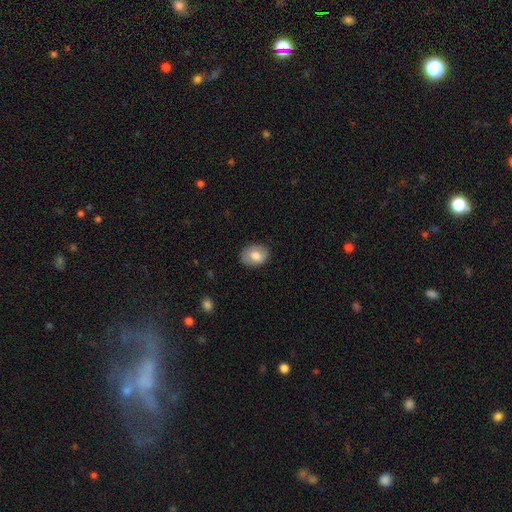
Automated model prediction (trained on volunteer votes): A smooth galaxy with no disk features (77%) that is in between round and cigar-shaped (68%). Merging: none (84%).